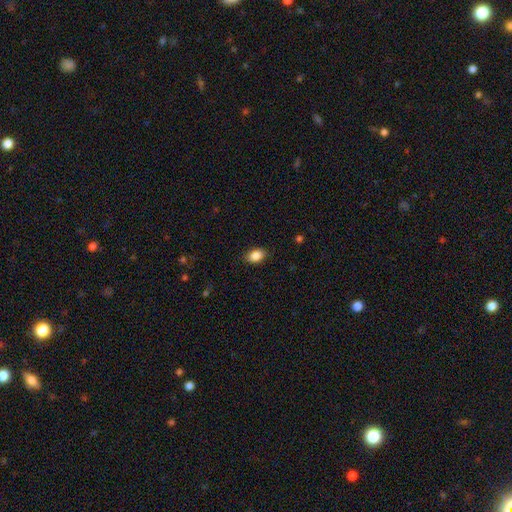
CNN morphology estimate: smooth-or-featured: smooth: 87% | star or artifact: 8% | featured or disk: 5%
  how-rounded: in between: 84% | round: 15% | cigar-shaped: 1%
  merging: none: 86% | minor disturbance: 10% | major disturbance: 2% | merger: 1%